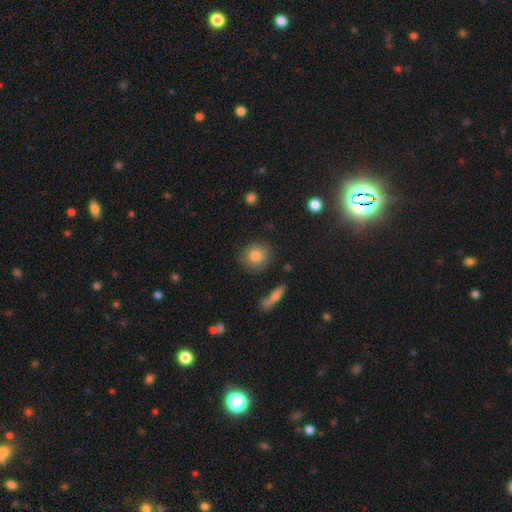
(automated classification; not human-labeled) Smooth or featured? smooth (81%)
How rounded? round (83%)
Merging? none (80%)